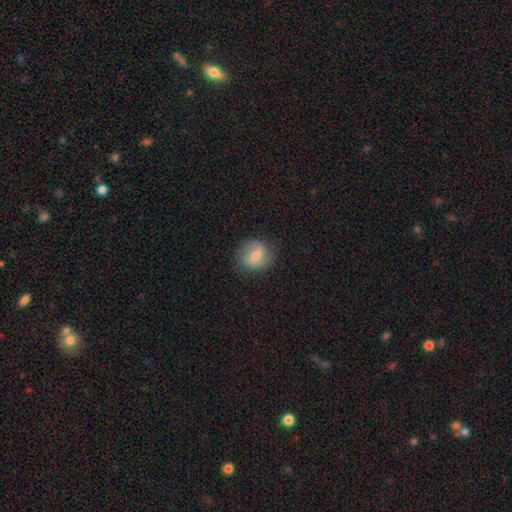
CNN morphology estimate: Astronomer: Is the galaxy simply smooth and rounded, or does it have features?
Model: featured or disk — 58% (runner-up: smooth, 35%).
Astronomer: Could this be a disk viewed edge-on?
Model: no — 97%.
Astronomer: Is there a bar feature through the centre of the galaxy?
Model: weak — 52%.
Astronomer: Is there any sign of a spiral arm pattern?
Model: yes — 86%.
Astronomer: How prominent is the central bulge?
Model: moderate — 52% (runner-up: small, 40%).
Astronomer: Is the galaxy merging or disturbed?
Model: none — 78%.